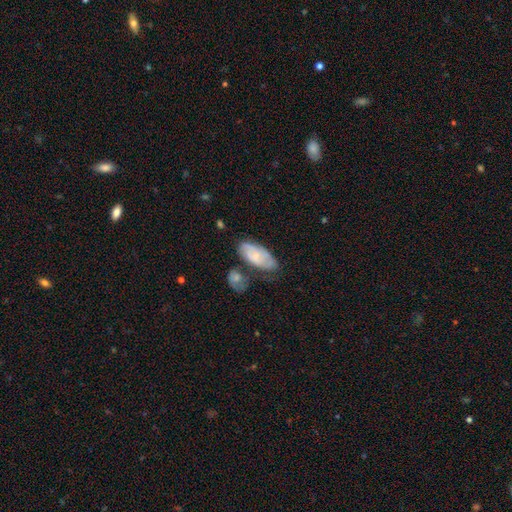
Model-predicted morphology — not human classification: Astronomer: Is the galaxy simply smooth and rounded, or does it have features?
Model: smooth — 49% (runner-up: featured or disk, 44%).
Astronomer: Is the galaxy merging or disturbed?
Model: none — 48% (runner-up: minor disturbance, 25%).